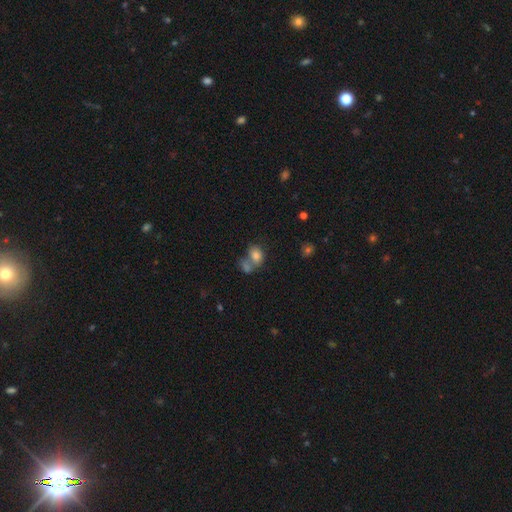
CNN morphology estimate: smooth 78%, featured or disk 12%, star or artifact 10%. Down the decision tree: how rounded — in between (60%); merging — merger (53%).